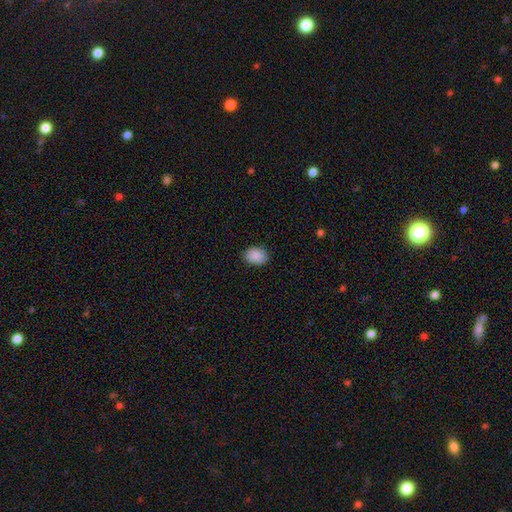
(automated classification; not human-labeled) Smooth or featured?
  - smooth: 89% *
  - star or artifact: 7%
  - featured or disk: 4%
How rounded?
  - in between: 66% *
  - round: 33%
  - cigar-shaped: 1%
Merging?
  - none: 87% *
  - minor disturbance: 10%
  - major disturbance: 2%
  - merger: 1%